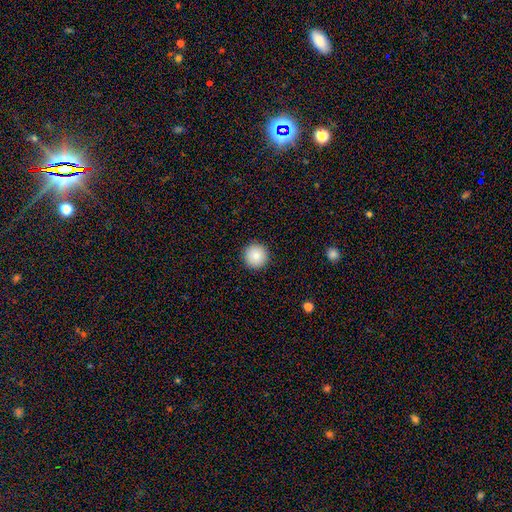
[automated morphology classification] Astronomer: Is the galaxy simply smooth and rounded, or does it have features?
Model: smooth — 84%.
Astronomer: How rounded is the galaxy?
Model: round — 96%.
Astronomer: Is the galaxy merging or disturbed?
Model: none — 93%.